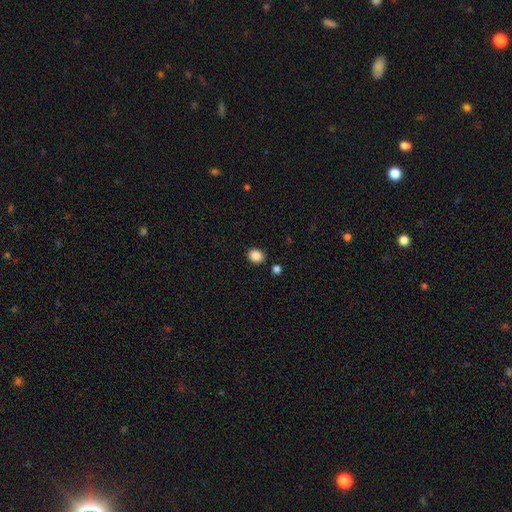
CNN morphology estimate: A smooth galaxy with no disk features (87%) that is round (63%). Merging: none (87%).